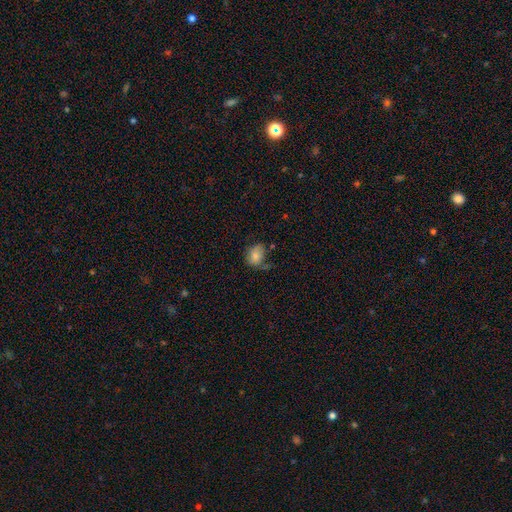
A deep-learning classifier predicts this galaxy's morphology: Smooth or featured? Predicted: smooth (p=0.77). How rounded? Predicted: in between (p=0.65). Merging? Predicted: none (p=0.43).